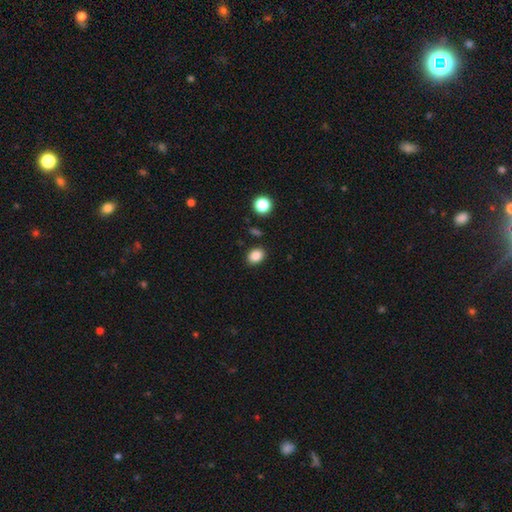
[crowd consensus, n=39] A smooth galaxy with no disk features (92%) that is in between round and cigar-shaped (81%). Merging: none (76%).